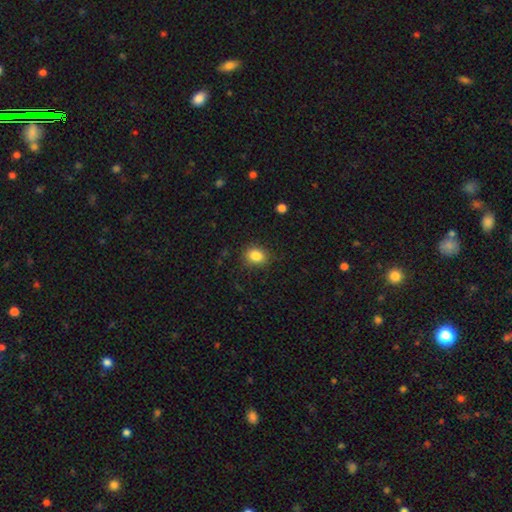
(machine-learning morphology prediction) Overall: smooth (84%). How rounded: round (58%; in between 41%). Merging: none (84%).